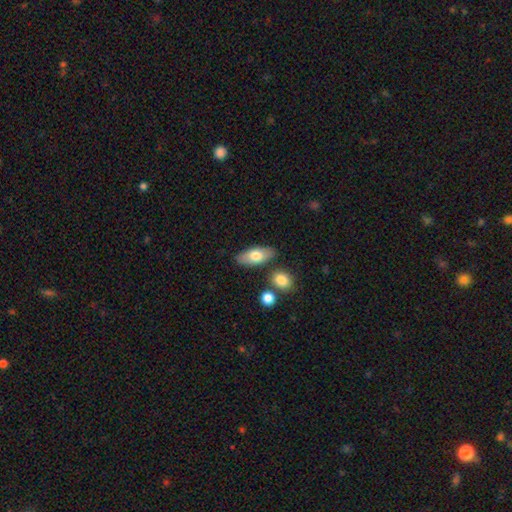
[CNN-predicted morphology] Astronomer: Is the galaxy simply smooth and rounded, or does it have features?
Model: smooth — 73%.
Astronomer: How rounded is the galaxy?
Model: in between — 84%.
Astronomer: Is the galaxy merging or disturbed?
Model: none — 80%.